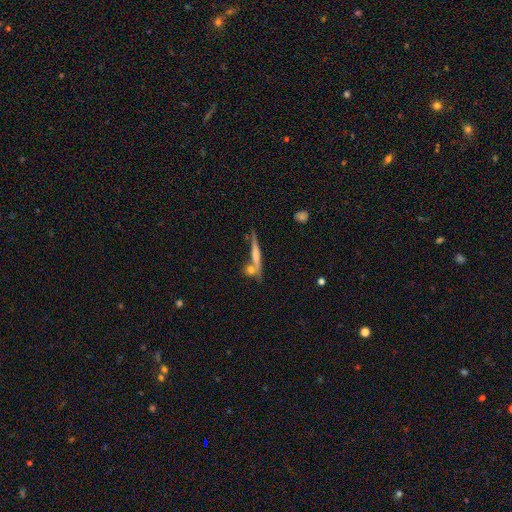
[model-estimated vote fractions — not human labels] Smooth or featured?
  - smooth: 47% * (tied)
  - featured or disk: 47% * (tied)
  - star or artifact: 7%
Merging?
  - none: 65% *
  - merger: 19%
  - minor disturbance: 12%
  - major disturbance: 4%